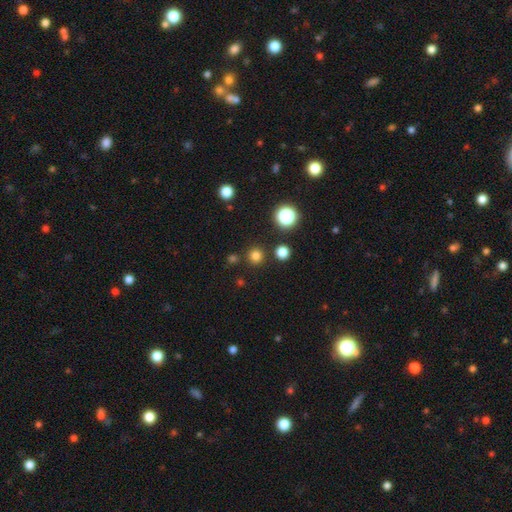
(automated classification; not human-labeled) Morphology: type=smooth (77%); roundness=round (95%); merging=none (87%).